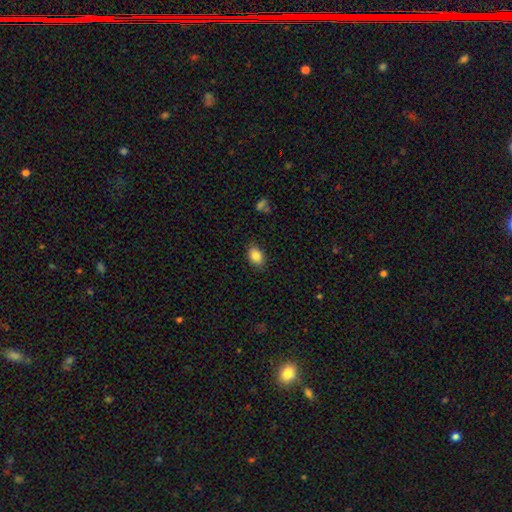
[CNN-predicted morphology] This is clearly a smooth galaxy (86%). How rounded: clearly in between (81%). Merging: clearly none (85%).